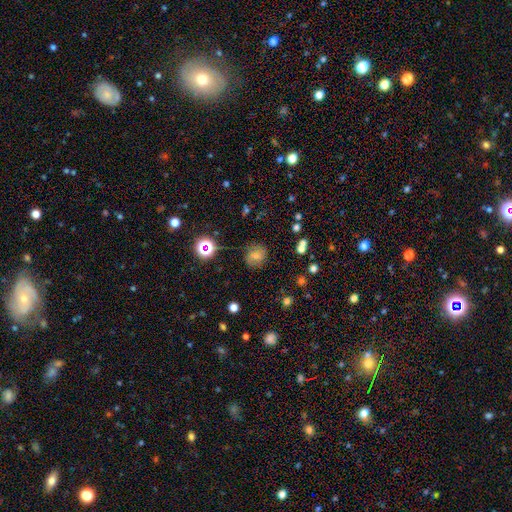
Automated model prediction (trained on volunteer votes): Smooth or featured? Predicted: smooth (p=0.59). How rounded? Predicted: round (p=0.78). Merging? Predicted: none (p=0.76).